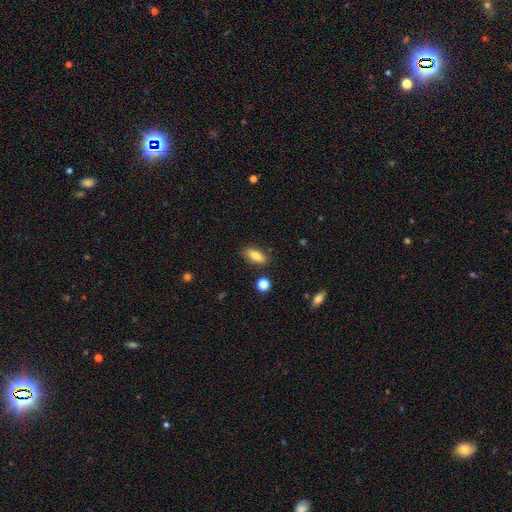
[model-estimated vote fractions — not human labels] smooth_or_featured: smooth (p=0.82) [alt: featured or disk p=0.10]
how_rounded: in between (p=0.75) [alt: cigar-shaped p=0.21]
merging: none (p=0.84) [alt: minor disturbance p=0.11]